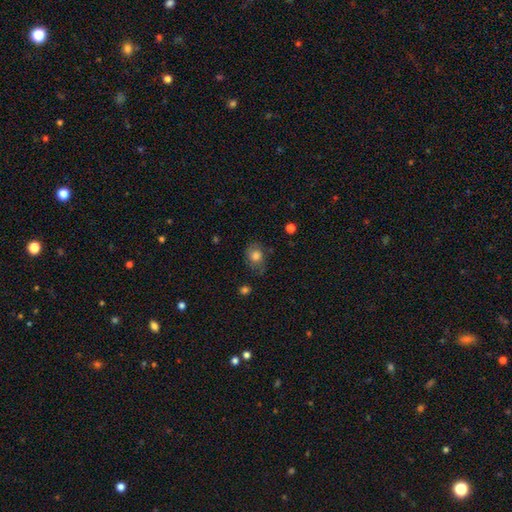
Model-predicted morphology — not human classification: Smooth or featured? smooth (74%)
How rounded? round (50%)
Merging? none (63%)